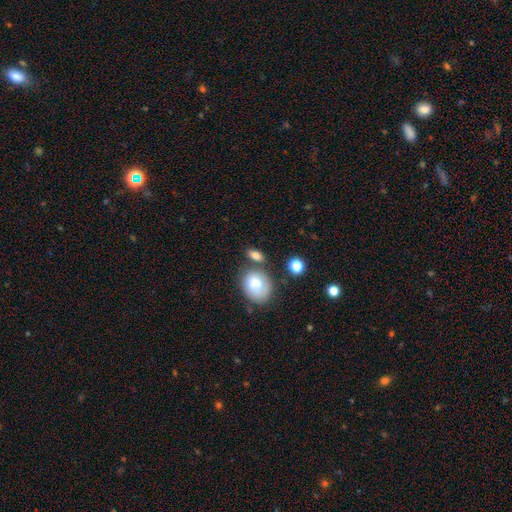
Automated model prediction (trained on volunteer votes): A smooth galaxy with no disk features (78%) that is in between round and cigar-shaped (70%).

Vote fractions:
- Smooth or featured? smooth: 78% / featured or disk: 12% / star or artifact: 10%
- How rounded? in between: 70% / round: 24% / cigar-shaped: 6%
- Merging? none: 62% / minor disturbance: 17% / merger: 16% / major disturbance: 6%